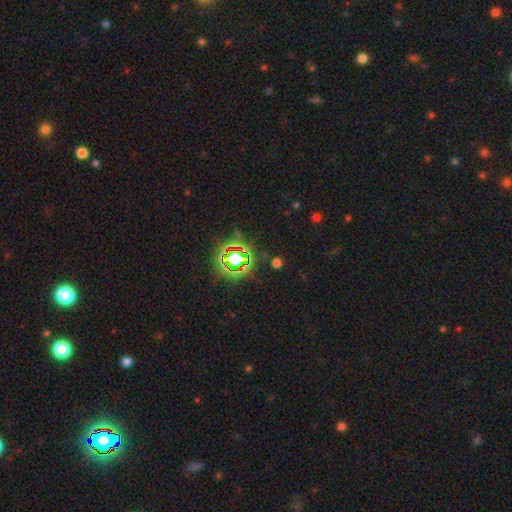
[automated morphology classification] This is likely a star or artifact rather than a galaxy (80%).